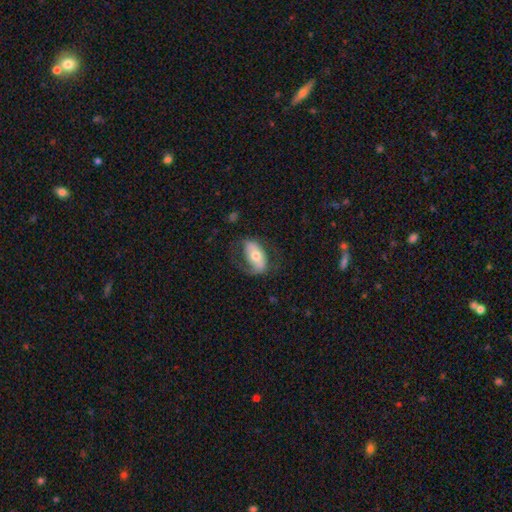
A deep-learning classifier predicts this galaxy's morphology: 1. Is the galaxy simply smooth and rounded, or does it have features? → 48% featured or disk, 46% smooth, 6% star or artifact.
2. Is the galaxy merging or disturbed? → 60% none, 21% minor disturbance, 17% major disturbance, 2% merger.